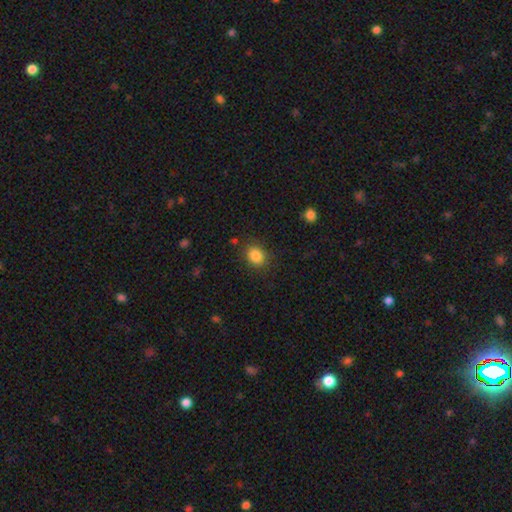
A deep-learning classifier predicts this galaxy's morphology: Smooth or featured?
  - smooth: 85% *
  - star or artifact: 10%
  - featured or disk: 5%
How rounded?
  - round: 51% *
  - in between: 48%
  - cigar-shaped: 1%
Merging?
  - none: 83% *
  - minor disturbance: 12%
  - major disturbance: 4%
  - merger: 2%